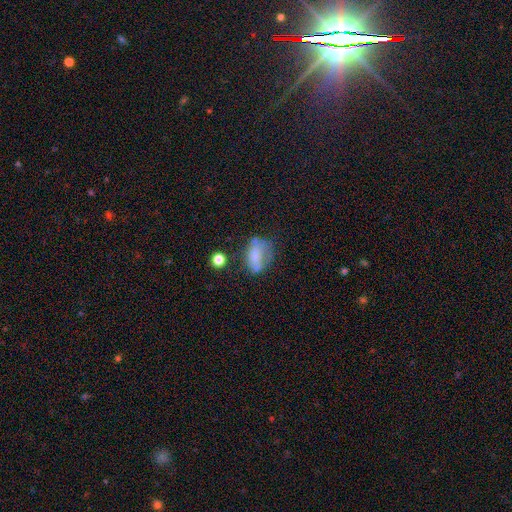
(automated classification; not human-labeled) Q: Smooth or featured?
A: smooth (61%); runner-up: featured or disk (26%)
Q: How rounded?
A: in between (79%); runner-up: round (18%)
Q: Merging?
A: none (38%); runner-up: minor disturbance (28%)